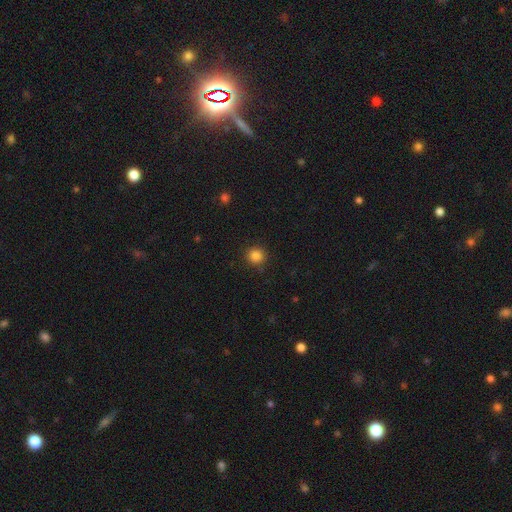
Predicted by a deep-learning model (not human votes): smooth_or_featured: smooth (p=0.85) [alt: star or artifact p=0.12]
how_rounded: round (p=0.93) [alt: in between p=0.06]
merging: none (p=0.89) [alt: minor disturbance p=0.07]